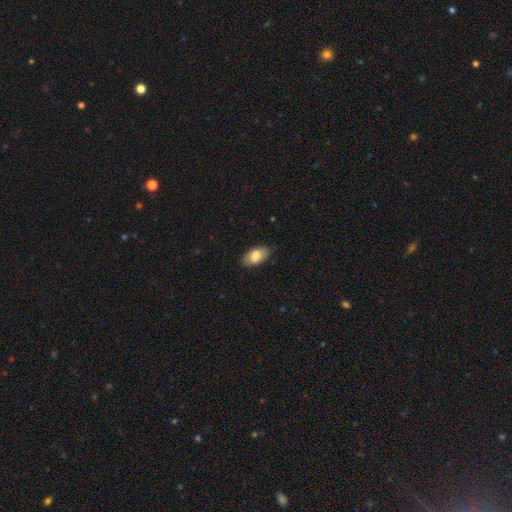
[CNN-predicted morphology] smooth-or-featured: smooth: 78% | featured or disk: 16% | star or artifact: 6%
  how-rounded: in between: 94% | round: 4% | cigar-shaped: 3%
  merging: none: 83% | minor disturbance: 14% | major disturbance: 2% | merger: 1%